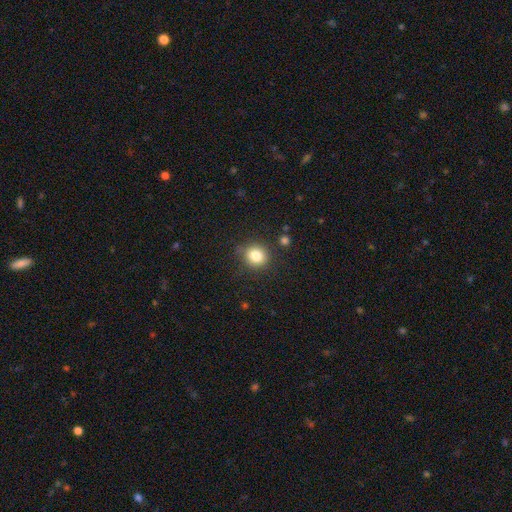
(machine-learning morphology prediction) A smooth galaxy with no disk features (82%) that is round (83%).

Vote fractions:
- Smooth or featured? smooth: 82% / star or artifact: 11% / featured or disk: 6%
- How rounded? round: 83% / in between: 16% / cigar-shaped: 1%
- Merging? none: 82% / minor disturbance: 12% / major disturbance: 3% / merger: 3%